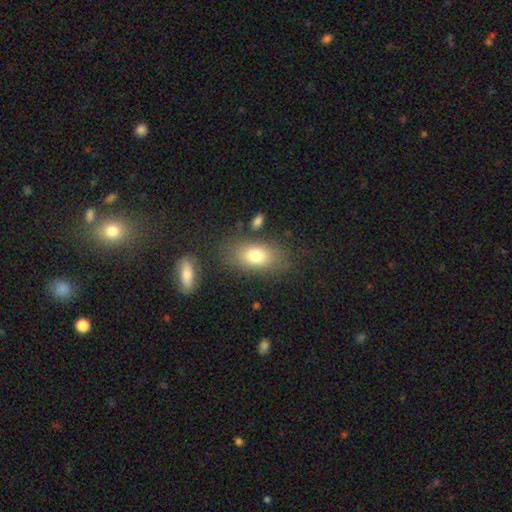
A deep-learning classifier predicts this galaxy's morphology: smooth_or_featured: smooth (p=0.77) [alt: featured or disk p=0.13]
how_rounded: in between (p=0.85) [alt: round p=0.13]
merging: none (p=0.77) [alt: minor disturbance p=0.12]